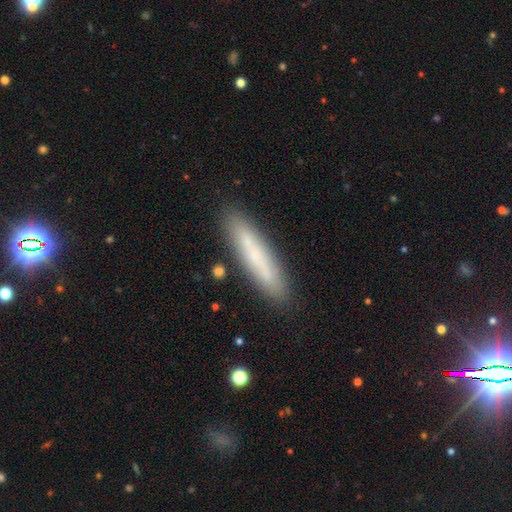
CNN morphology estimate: smooth-or-featured: smooth: 63% | featured or disk: 29% | star or artifact: 8%
  how-rounded: cigar-shaped: 87% | in between: 12% | round: 1%
  merging: none: 86% | minor disturbance: 10% | merger: 2% | major disturbance: 2%